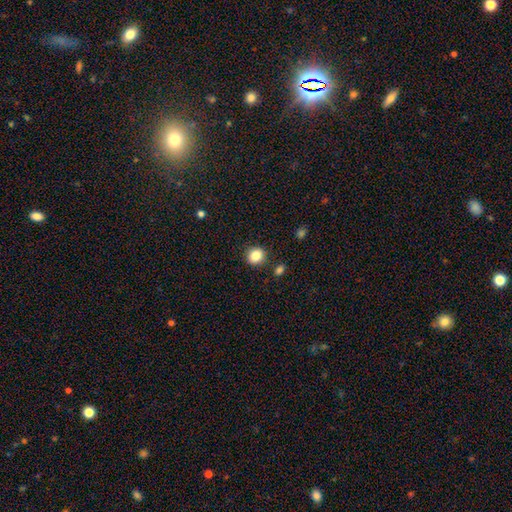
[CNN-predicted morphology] Overall: smooth (85%). How rounded: round (85%). Merging: none (88%).